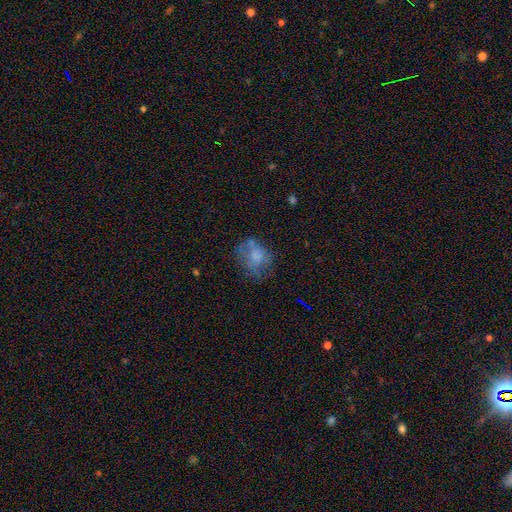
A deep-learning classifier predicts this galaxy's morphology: smooth 55%, featured or disk 32%, star or artifact 13%. Down the decision tree: how rounded — round (52%); merging — none (45%).